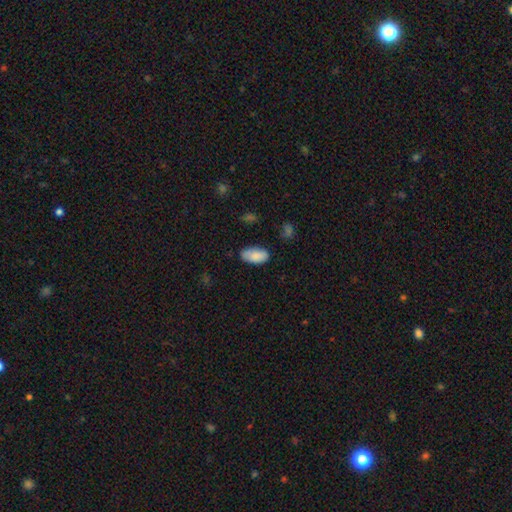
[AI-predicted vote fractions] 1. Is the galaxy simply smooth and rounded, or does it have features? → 85% smooth, 8% featured or disk, 7% star or artifact.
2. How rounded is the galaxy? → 94% in between, 4% cigar-shaped, 2% round.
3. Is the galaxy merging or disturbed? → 75% none, 20% minor disturbance, 3% major disturbance, 2% merger.